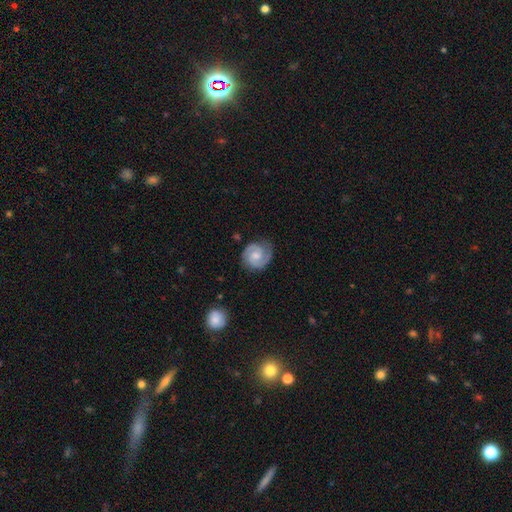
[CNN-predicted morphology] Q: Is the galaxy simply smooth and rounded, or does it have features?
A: featured or disk — 81%.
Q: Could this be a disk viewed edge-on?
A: no — 98%.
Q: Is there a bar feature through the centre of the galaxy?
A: no — 54%.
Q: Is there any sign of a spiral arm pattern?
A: yes — 97%.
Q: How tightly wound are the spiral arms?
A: tight — 54%.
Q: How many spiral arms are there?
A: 2 — 88%.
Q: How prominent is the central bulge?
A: moderate — 53%.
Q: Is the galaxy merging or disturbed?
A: none — 79%.